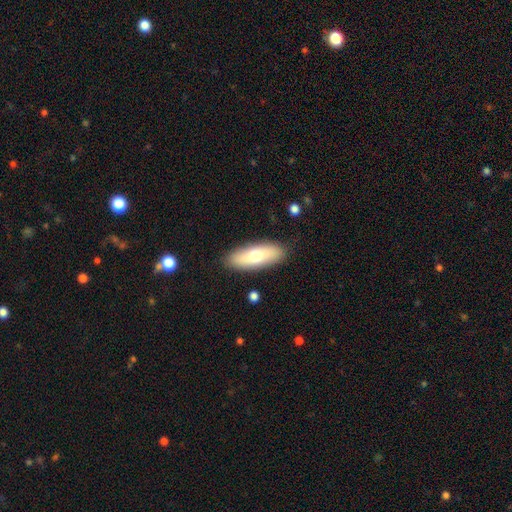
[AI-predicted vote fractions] smooth_or_featured: smooth (p=0.67) [alt: featured or disk p=0.27]
how_rounded: in between (p=0.66) [alt: cigar-shaped p=0.31]
merging: none (p=0.87) [alt: minor disturbance p=0.09]